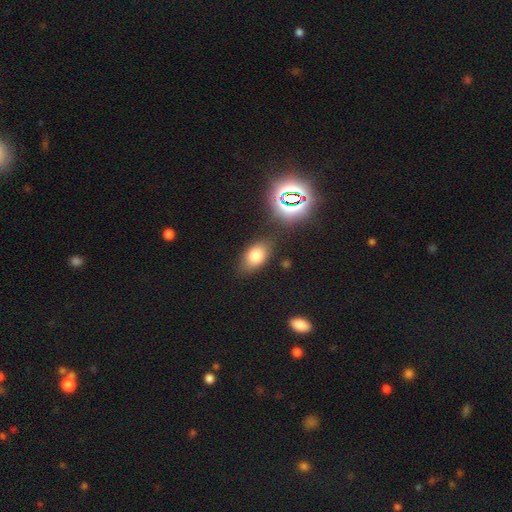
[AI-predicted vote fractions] Overall: smooth (76%). How rounded: in between (88%). Merging: none (77%).